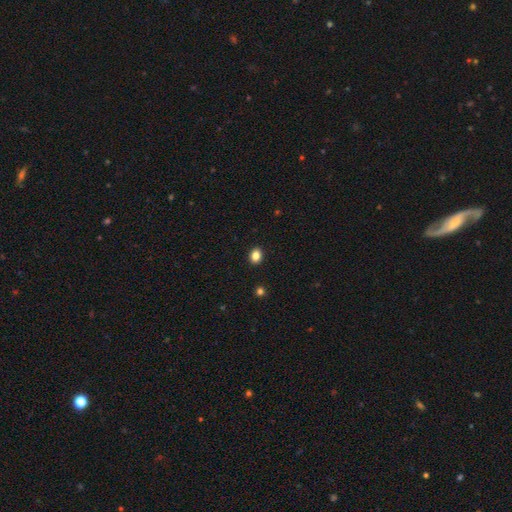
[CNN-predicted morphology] This is clearly a smooth galaxy (85%). How rounded: possibly in between (57%). Merging: clearly none (91%).